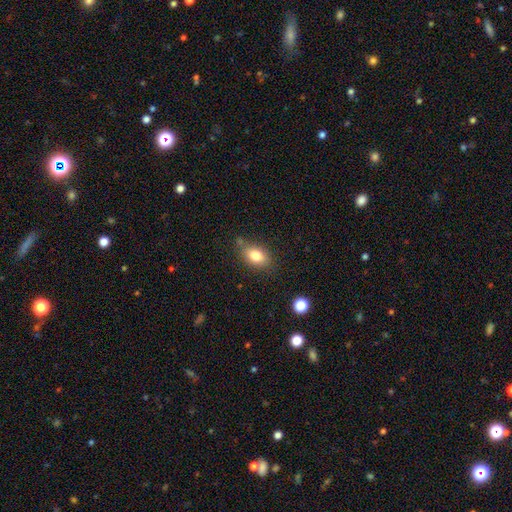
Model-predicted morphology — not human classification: Overall: smooth (80%). How rounded: in between (83%). Merging: none (73%).